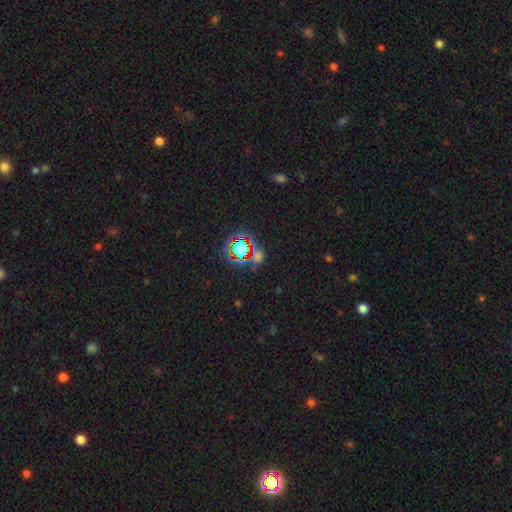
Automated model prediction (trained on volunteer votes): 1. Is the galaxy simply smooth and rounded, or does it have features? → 72% star or artifact, 19% smooth, 9% featured or disk.